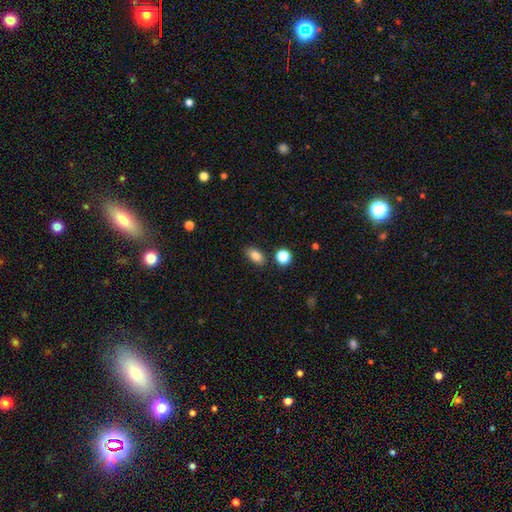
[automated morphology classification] The model was most divided on "smooth or featured": smooth: 84%, star or artifact: 10%, featured or disk: 6%. More confident: how rounded — in between (86%); merging — none (84%).